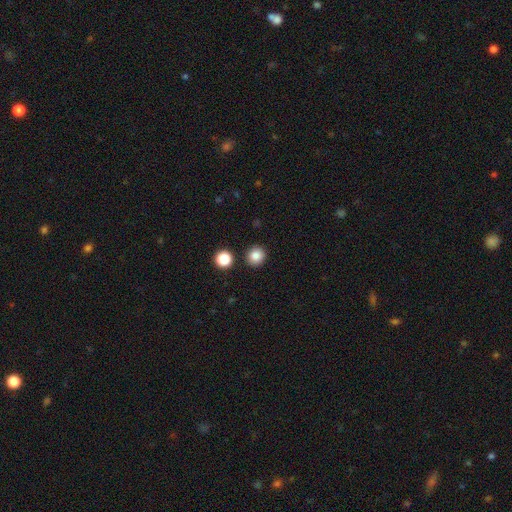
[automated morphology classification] A smooth galaxy with no disk features (85%) that is round (91%). Merging: none (89%).